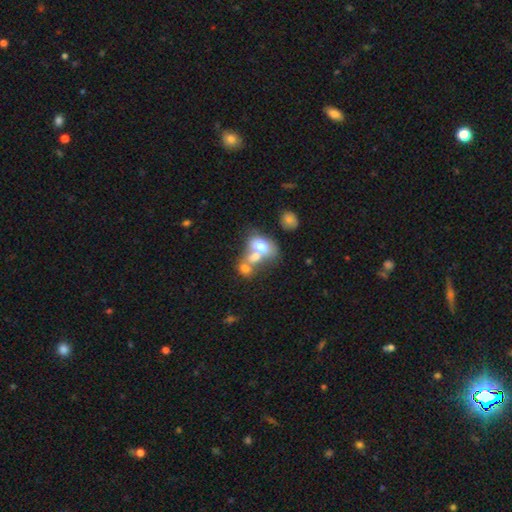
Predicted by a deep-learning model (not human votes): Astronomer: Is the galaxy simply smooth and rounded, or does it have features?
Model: smooth — 59%.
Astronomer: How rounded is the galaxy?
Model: in between — 56% (runner-up: round, 43%).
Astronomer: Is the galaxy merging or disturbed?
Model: merger — 66%.